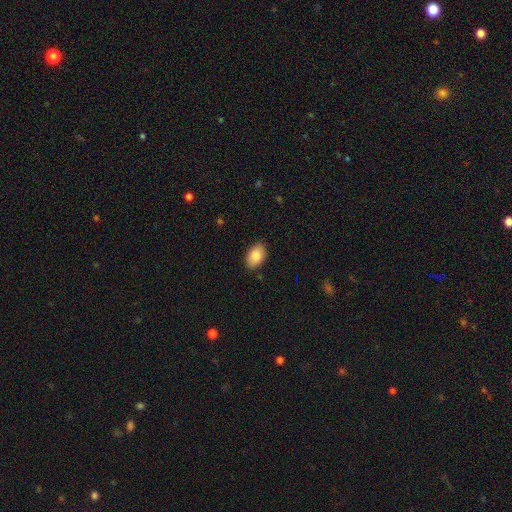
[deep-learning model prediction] smooth_or_featured: smooth (p=0.87) [alt: star or artifact p=0.07]
how_rounded: in between (p=0.91) [alt: round p=0.08]
merging: none (p=0.87) [alt: minor disturbance p=0.10]